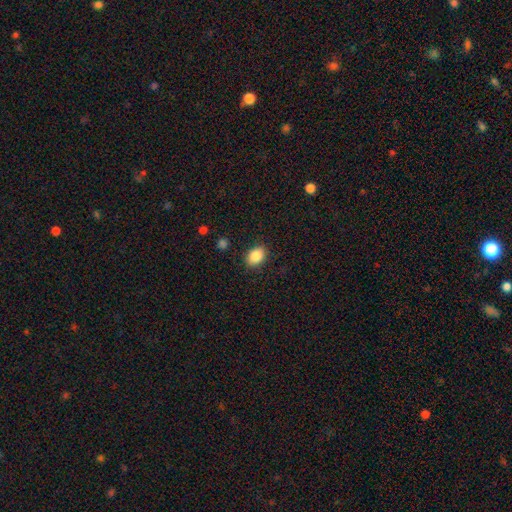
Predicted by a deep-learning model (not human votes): Smooth or featured? Predicted: smooth (p=0.88). How rounded? Predicted: in between (p=0.72). Merging? Predicted: none (p=0.86).